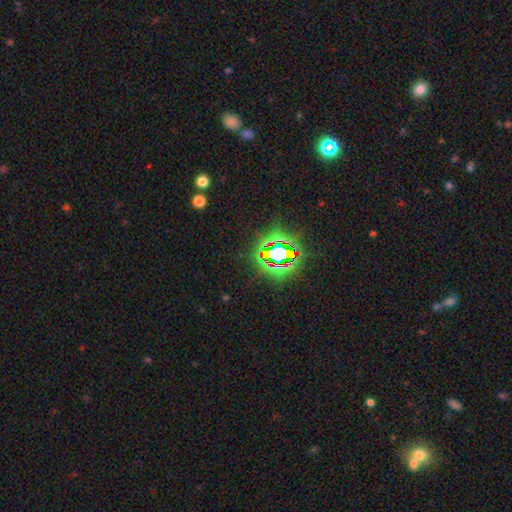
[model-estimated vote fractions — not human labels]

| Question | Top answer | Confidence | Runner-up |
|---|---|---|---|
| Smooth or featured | star or artifact | 80% | smooth (12%) |